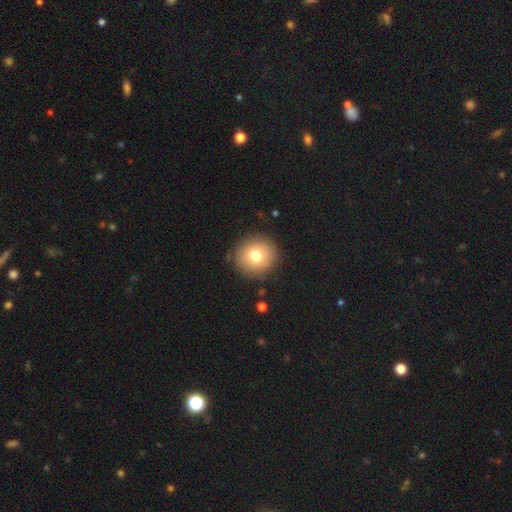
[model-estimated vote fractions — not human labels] A smooth galaxy with no disk features (76%) that is round (93%). Merging: none (89%).